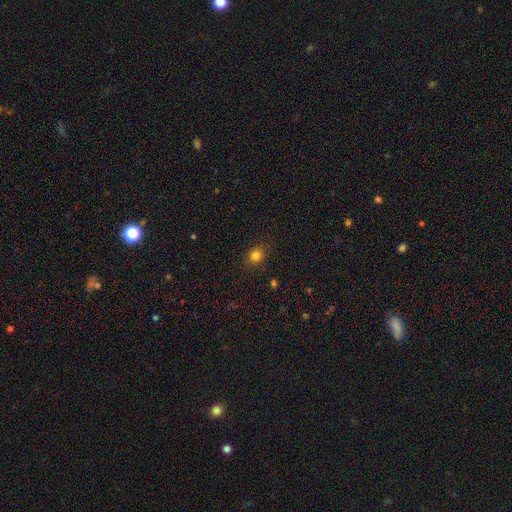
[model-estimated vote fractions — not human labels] The model was most divided on "how rounded": round: 68%, in between: 31%, cigar-shaped: 1%. More confident: merging — none (87%); smooth or featured — smooth (81%).